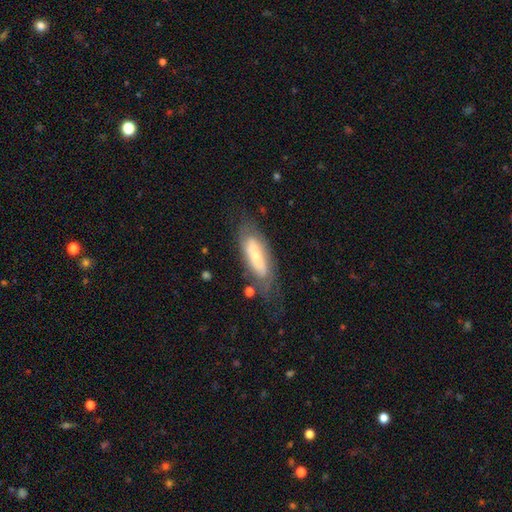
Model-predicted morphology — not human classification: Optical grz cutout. It shows a featured or disk galaxy (51%). Merging: none (58%).